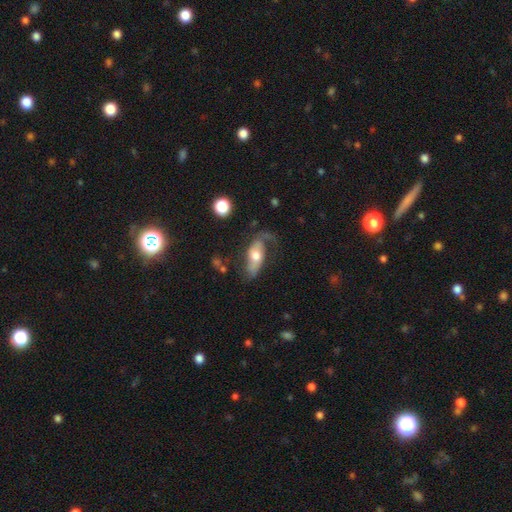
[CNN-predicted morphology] Q: Smooth or featured?
A: featured or disk (60%); runner-up: smooth (34%)
Q: Edge-on disk?
A: no (85%); runner-up: yes (15%)
Q: Bar?
A: no (64%); runner-up: weak (25%)
Q: Spiral arms?
A: yes (80%); runner-up: no (20%)
Q: Bulge size?
A: moderate (67%); runner-up: large (18%)
Q: Merging?
A: none (41%); runner-up: major disturbance (32%)